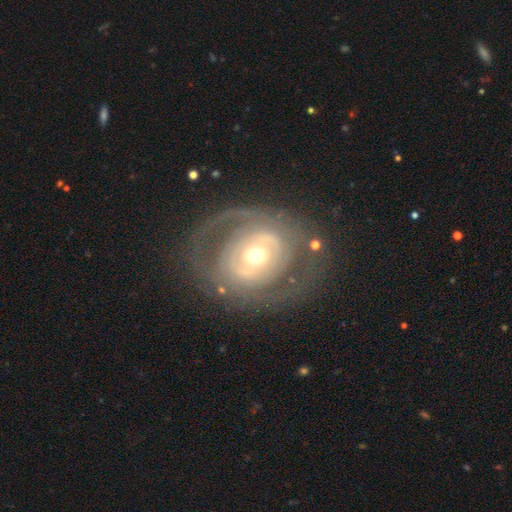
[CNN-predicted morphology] Smooth or featured? featured or disk (74%)
Edge-on disk? no (95%)
Bar? no (64%)
Spiral arms? yes (55%)
Bulge size? moderate (65%)
Merging? none (68%)